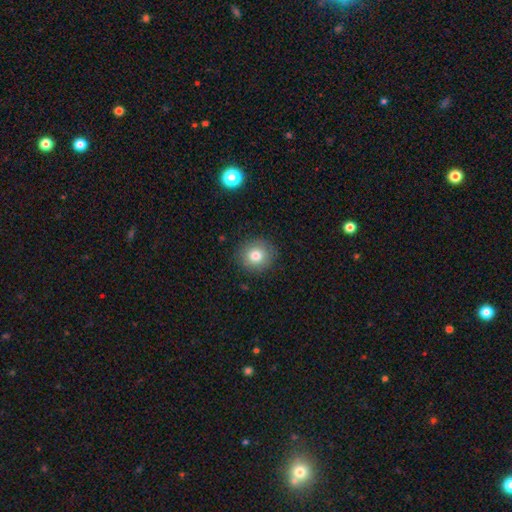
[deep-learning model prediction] Q: Smooth or featured?
A: smooth (80%); runner-up: star or artifact (11%)
Q: How rounded?
A: round (89%); runner-up: in between (10%)
Q: Merging?
A: none (88%); runner-up: minor disturbance (8%)